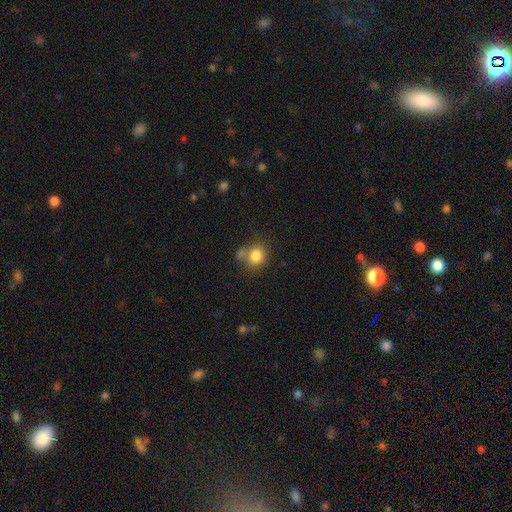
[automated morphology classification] smooth-or-featured: smooth: 82% | star or artifact: 10% | featured or disk: 8%
  how-rounded: round: 78% | in between: 21% | cigar-shaped: 1%
  merging: none: 57% | merger: 20% | minor disturbance: 16% | major disturbance: 6%